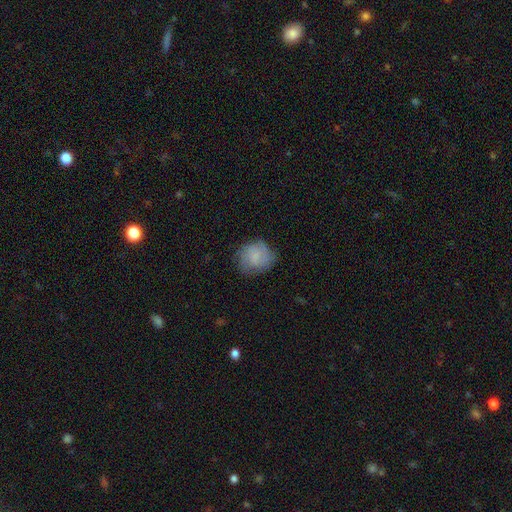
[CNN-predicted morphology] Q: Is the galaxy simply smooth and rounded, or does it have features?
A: smooth — 56%.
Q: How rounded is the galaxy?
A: round — 82%.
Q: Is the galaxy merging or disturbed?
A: none — 73%.